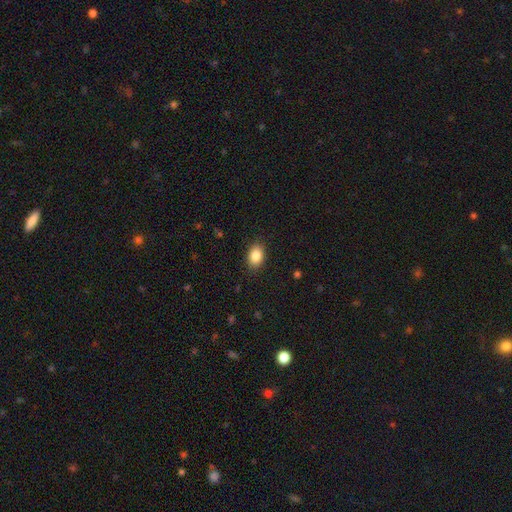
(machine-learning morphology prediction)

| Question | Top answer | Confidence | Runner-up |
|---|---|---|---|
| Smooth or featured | smooth | 87% | star or artifact (8%) |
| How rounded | in between | 82% | round (17%) |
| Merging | none | 88% | minor disturbance (9%) |